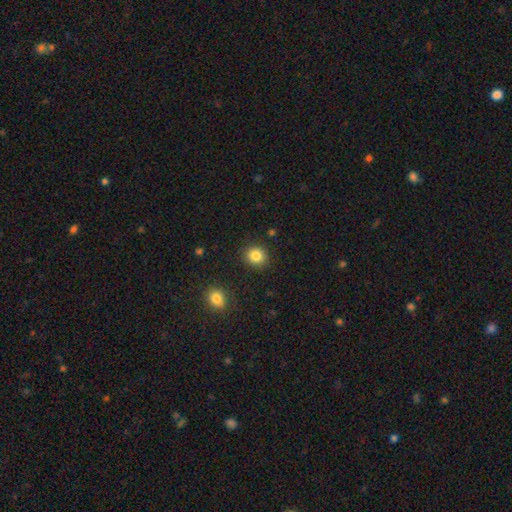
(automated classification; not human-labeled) Smooth or featured? Predicted: smooth (p=0.84). How rounded? Predicted: round (p=0.83). Merging? Predicted: none (p=0.90).